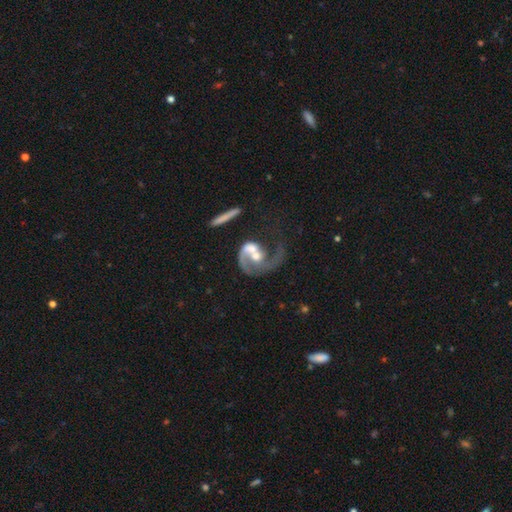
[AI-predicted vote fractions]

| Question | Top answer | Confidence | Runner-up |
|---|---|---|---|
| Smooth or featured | featured or disk | 78% | smooth (16%) |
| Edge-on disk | no | 97% | yes (3%) |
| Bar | no | 68% | weak (25%) |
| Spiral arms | yes | 84% | no (16%) |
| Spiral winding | loose | 50% | medium (34%) |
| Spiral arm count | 1 | 75% | 2 (16%) |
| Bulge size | moderate | 60% | small (17%) |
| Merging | merger | 40% | major disturbance (29%) |